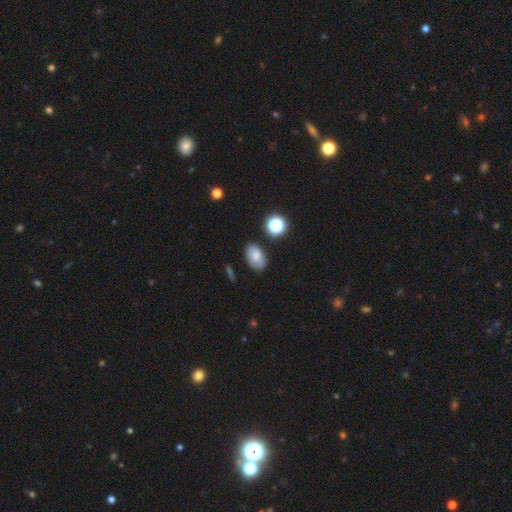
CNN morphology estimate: A smooth galaxy with no disk features (77%) that is in between round and cigar-shaped (87%). Merging: none (77%).